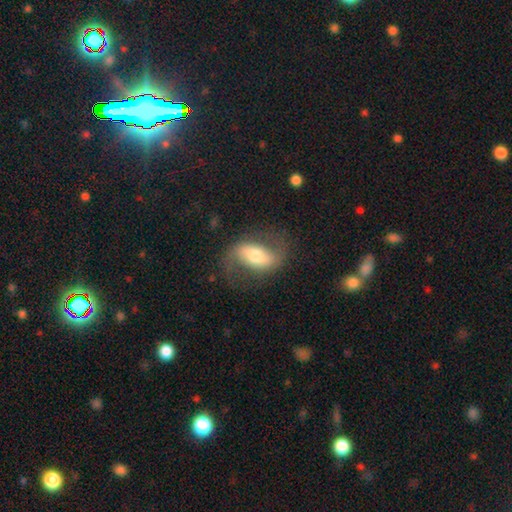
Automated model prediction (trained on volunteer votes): Overall: featured or disk (72%). Edge-on disk: no (94%). Bar: strong (42%; weak 34%). Spiral arms: yes (89%). Spiral arm count: 2 (90%). Spiral winding: loose (56%; medium 35%). Bulge size: moderate (60%; small 22%). Merging: none (71%).